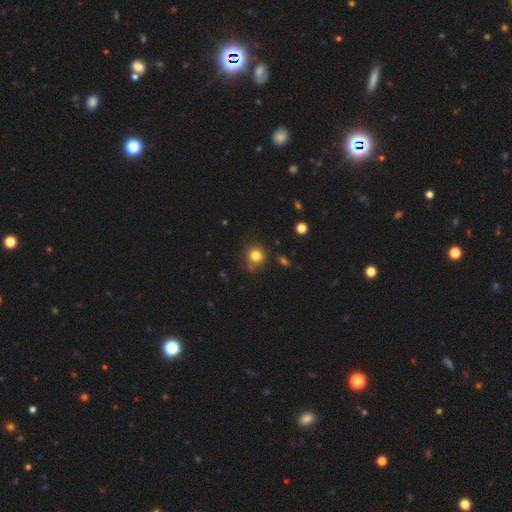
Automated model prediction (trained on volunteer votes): This appears to be a smooth galaxy with no disk features (80%) that is round (79%). Merging: none (67%).